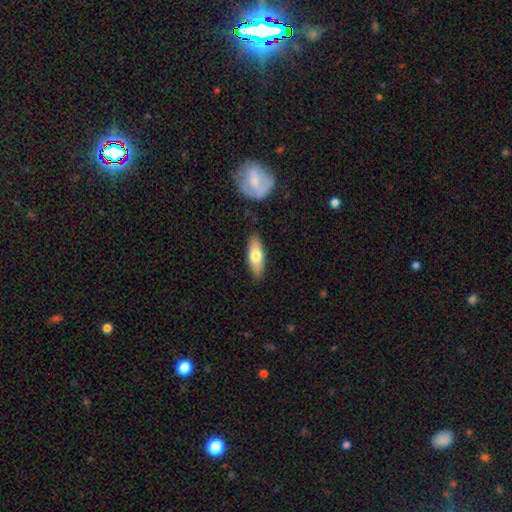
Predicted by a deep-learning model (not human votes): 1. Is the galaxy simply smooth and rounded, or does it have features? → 66% smooth, 28% featured or disk, 6% star or artifact.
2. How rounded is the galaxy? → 65% in between, 32% cigar-shaped, 3% round.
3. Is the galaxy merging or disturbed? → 86% none, 10% minor disturbance, 2% major disturbance, 2% merger.